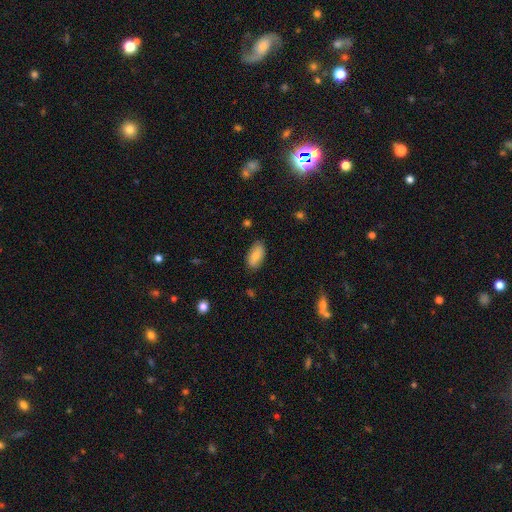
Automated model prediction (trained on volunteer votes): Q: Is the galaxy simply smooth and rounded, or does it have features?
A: smooth — 78%.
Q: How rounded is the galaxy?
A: in between — 92%.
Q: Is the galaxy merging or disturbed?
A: none — 82%.